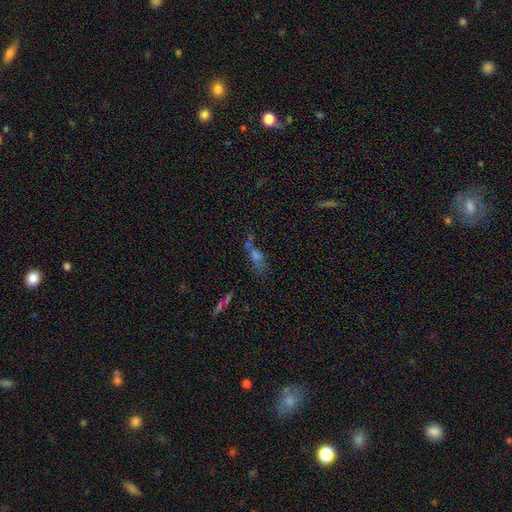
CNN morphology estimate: type=smooth (45%); merging=none (41%).